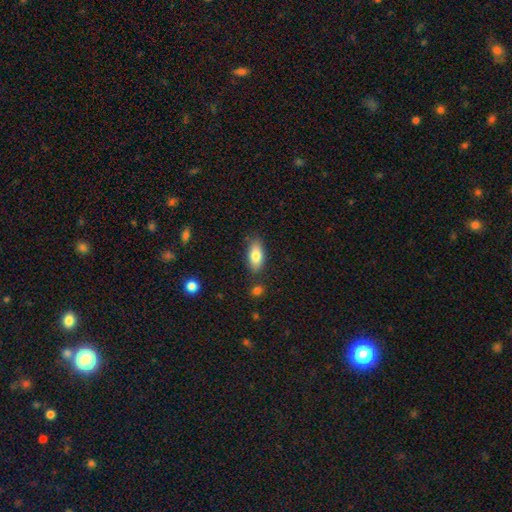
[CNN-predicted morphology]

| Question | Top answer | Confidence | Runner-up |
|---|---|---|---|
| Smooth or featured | smooth | 82% | featured or disk (12%) |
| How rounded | in between | 87% | cigar-shaped (11%) |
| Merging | none | 81% | minor disturbance (13%) |